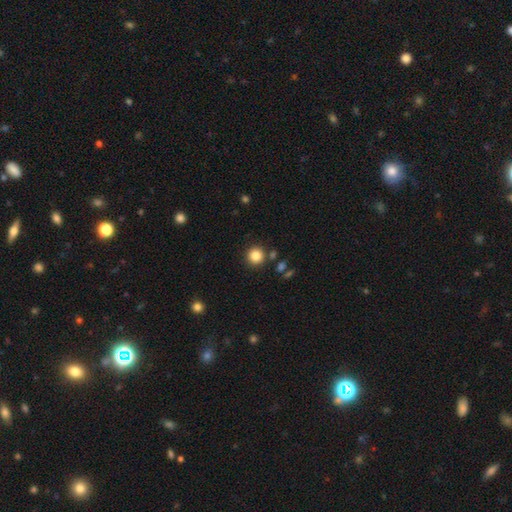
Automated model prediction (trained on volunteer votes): Smooth or featured? smooth (84%)
How rounded? round (93%)
Merging? none (86%)